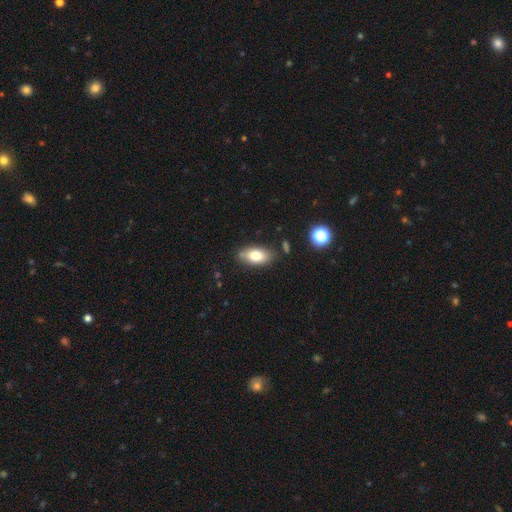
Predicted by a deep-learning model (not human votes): A smooth galaxy with no disk features (76%) that is in between round and cigar-shaped (89%).

Vote fractions:
- Smooth or featured? smooth: 76% / featured or disk: 16% / star or artifact: 8%
- How rounded? in between: 89% / cigar-shaped: 6% / round: 5%
- Merging? none: 79% / minor disturbance: 14% / merger: 3% / major disturbance: 3%